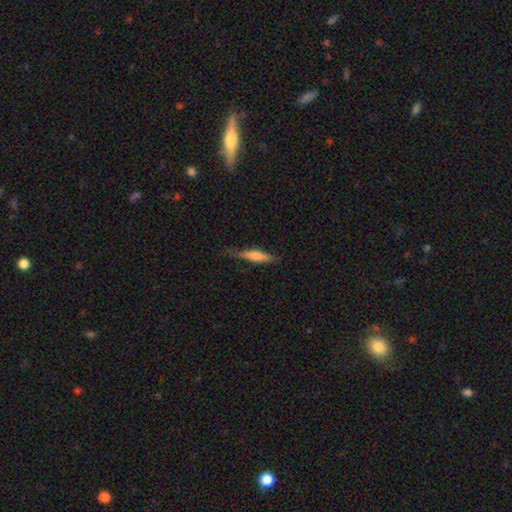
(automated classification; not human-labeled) A smooth galaxy with no disk features (56%) that is cigar-shaped (81%). Merging: none (75%).